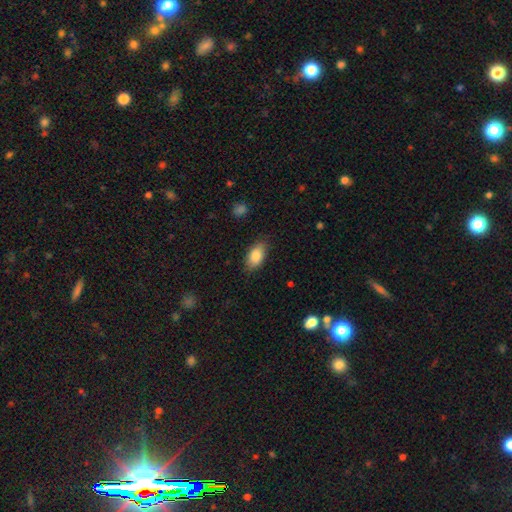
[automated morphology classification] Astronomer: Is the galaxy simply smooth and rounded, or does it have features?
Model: smooth — 85%.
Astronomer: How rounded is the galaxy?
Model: in between — 92%.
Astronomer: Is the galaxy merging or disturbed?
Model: none — 82%.